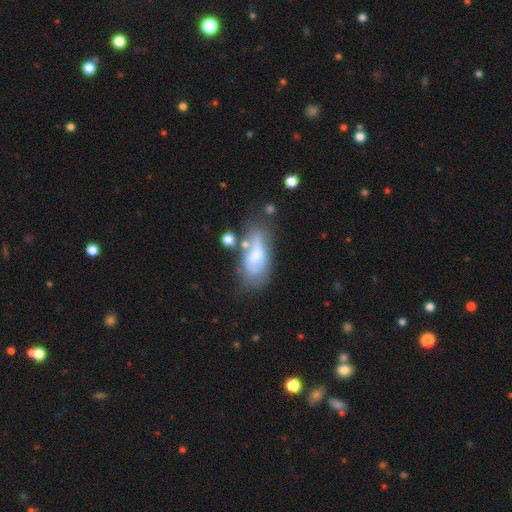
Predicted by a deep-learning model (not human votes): Smooth or featured? smooth (48%)
Merging? none (40%)